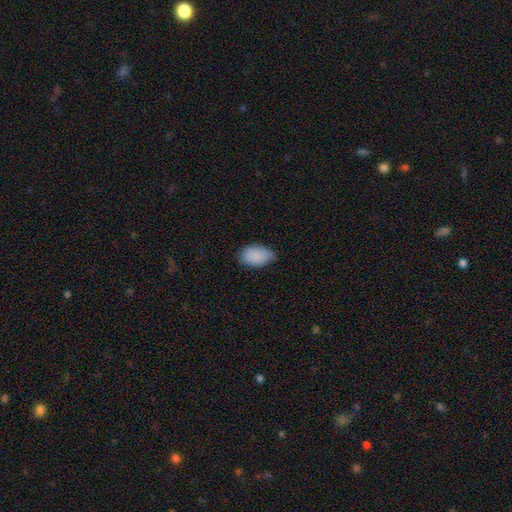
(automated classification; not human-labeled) Smooth or featured? smooth (89%)
How rounded? in between (92%)
Merging? none (67%)